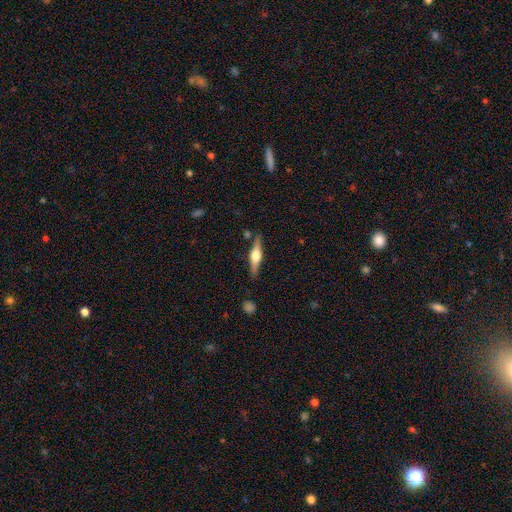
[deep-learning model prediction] Smooth or featured? Predicted: featured or disk (p=0.69). Edge-on disk? Predicted: yes (p=0.97). Edge-on bulge? Predicted: rounded (p=0.91). Merging? Predicted: none (p=0.85).